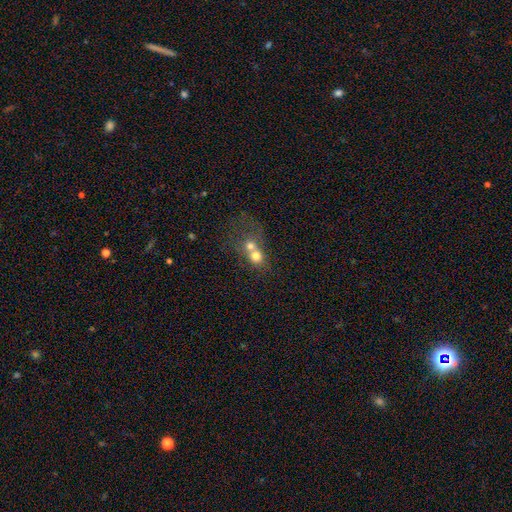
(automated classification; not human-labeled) Morphology: type=smooth (67%); roundness=round (72%); merging=merger (72%).